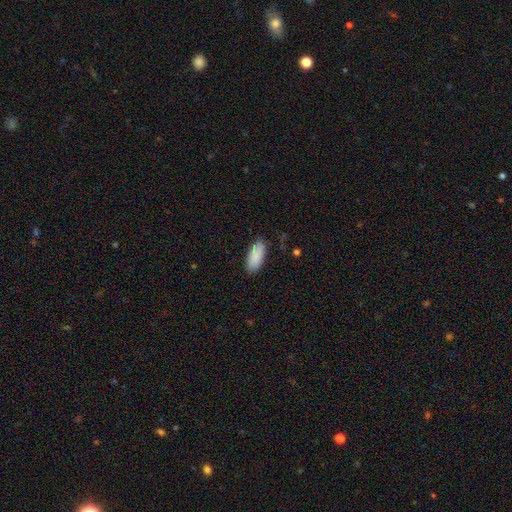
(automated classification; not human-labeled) Q: Smooth or featured?
A: smooth (89%); runner-up: star or artifact (6%)
Q: How rounded?
A: in between (88%); runner-up: cigar-shaped (10%)
Q: Merging?
A: none (84%); runner-up: minor disturbance (12%)